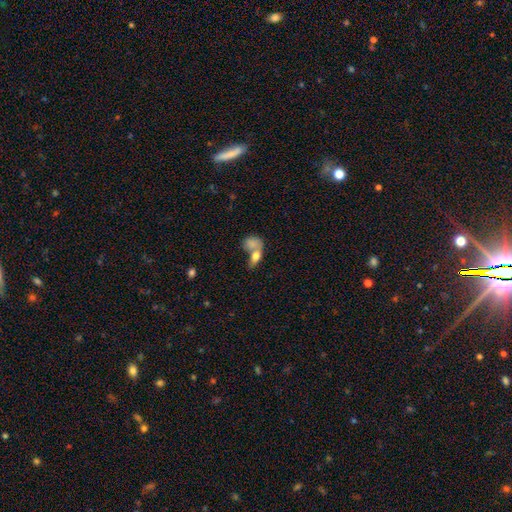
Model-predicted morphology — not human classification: Smooth or featured? Predicted: smooth (p=0.74). How rounded? Predicted: in between (p=0.76). Merging? Predicted: merger (p=0.61).